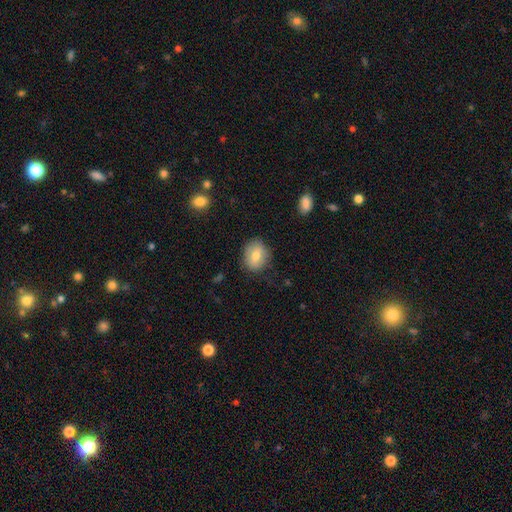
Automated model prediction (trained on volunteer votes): The model was most divided on "how rounded": round: 64%, in between: 35%, cigar-shaped: 1%. More confident: merging — none (83%); smooth or featured — smooth (75%).